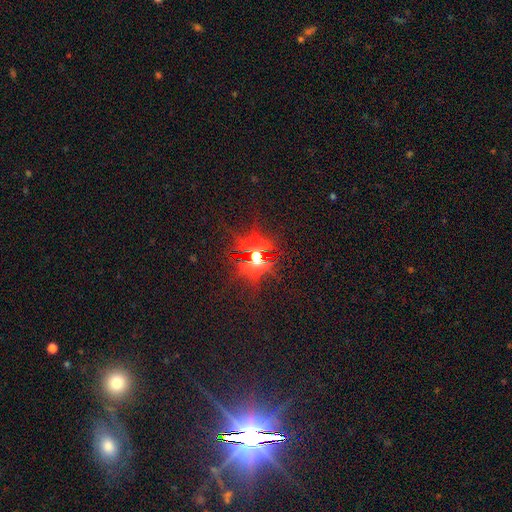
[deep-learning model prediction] A star or artifact, not a galaxy (73%).